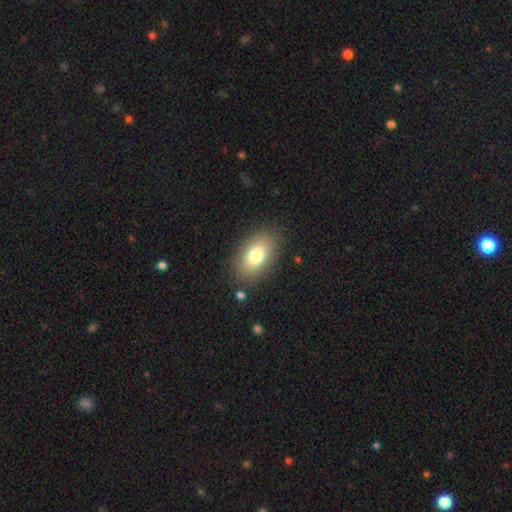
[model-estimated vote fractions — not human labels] smooth 77%, featured or disk 14%, star or artifact 9%. Down the decision tree: how rounded — in between (89%); merging — none (85%).